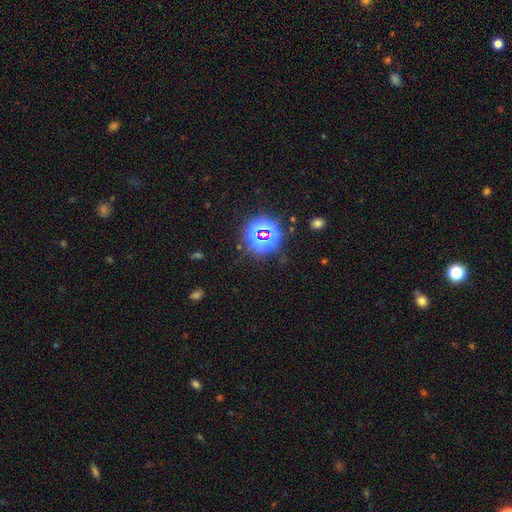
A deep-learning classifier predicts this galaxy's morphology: This appears to be a star or artifact, not a galaxy (77%).